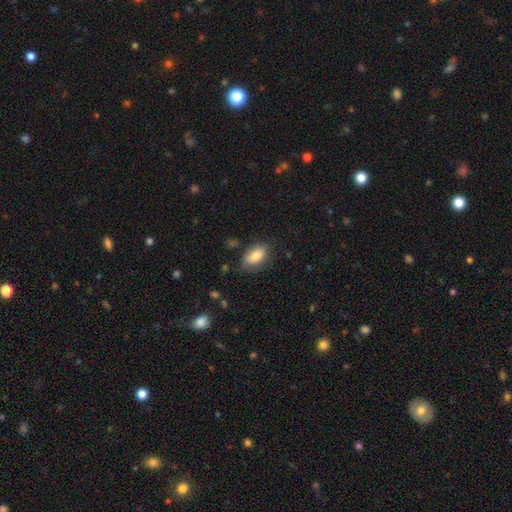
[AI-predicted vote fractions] The model was most divided on "merging": none: 70%, minor disturbance: 22%, major disturbance: 6%, merger: 2%. More confident: how rounded — in between (91%); smooth or featured — smooth (83%).